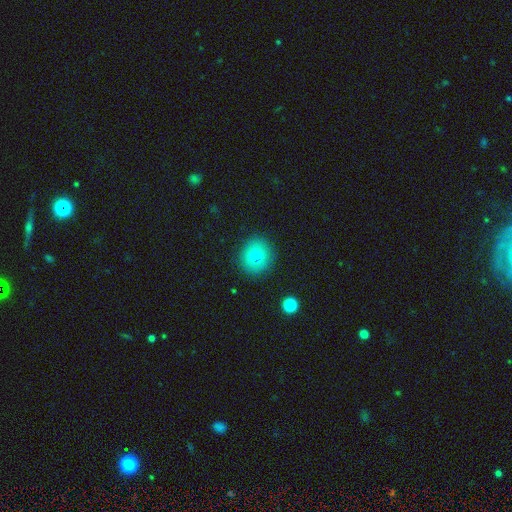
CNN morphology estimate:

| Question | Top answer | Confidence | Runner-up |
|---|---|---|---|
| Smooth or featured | smooth | 73% | featured or disk (16%) |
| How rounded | round | 87% | in between (12%) |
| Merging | none | 74% | merger (14%) |